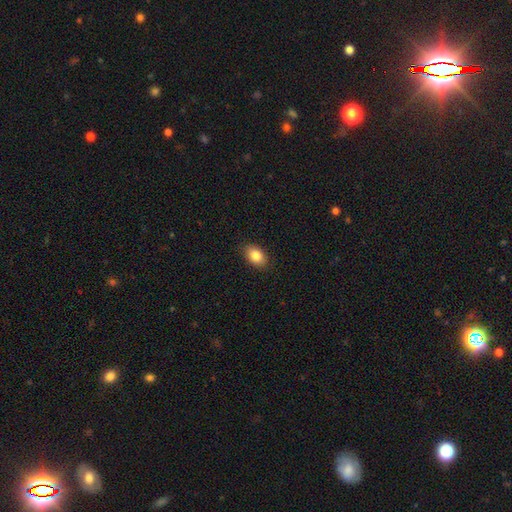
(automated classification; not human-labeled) Overall: smooth (84%). How rounded: in between (86%). Merging: none (88%).